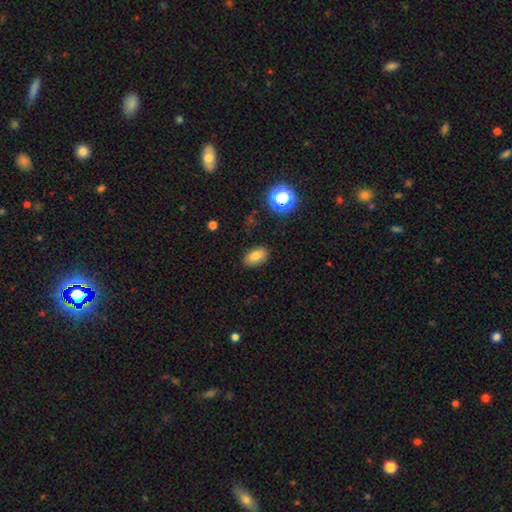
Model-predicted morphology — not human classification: Q: Smooth or featured?
A: smooth (81%); runner-up: star or artifact (11%)
Q: How rounded?
A: in between (89%); runner-up: round (9%)
Q: Merging?
A: none (87%); runner-up: minor disturbance (9%)